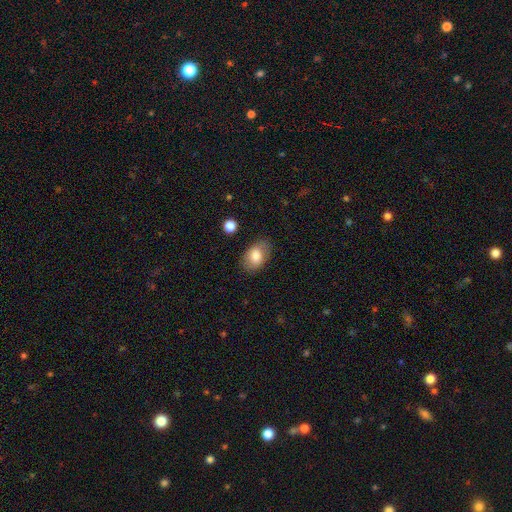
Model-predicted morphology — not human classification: This is likely a smooth galaxy (79%). How rounded: clearly in between (86%). Merging: likely none (79%).